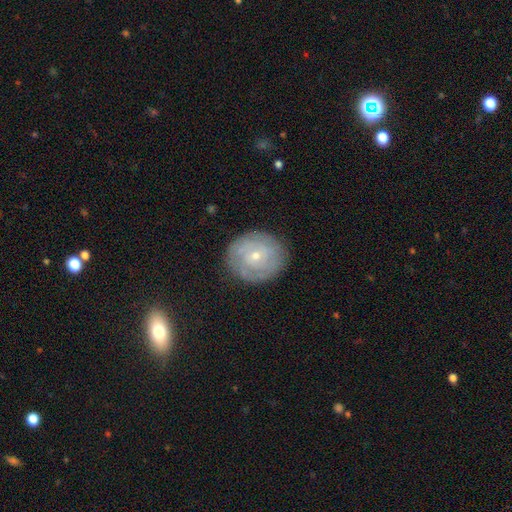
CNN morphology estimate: type=featured or disk (65%); edge-on=no (97%); bar=no (72%); spiral arms=yes (80%); winding=tight (74%); arm count=can't tell (50%); bulge=small (71%); merging=none (82%).